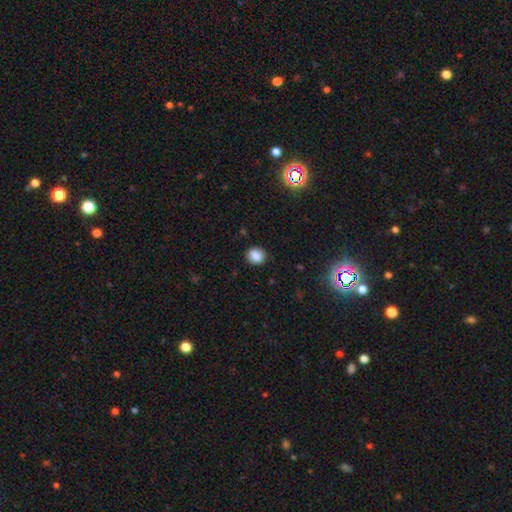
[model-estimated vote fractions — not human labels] The model was most divided on "how rounded": round: 66%, in between: 32%, cigar-shaped: 1%. More confident: merging — none (88%); smooth or featured — smooth (87%).